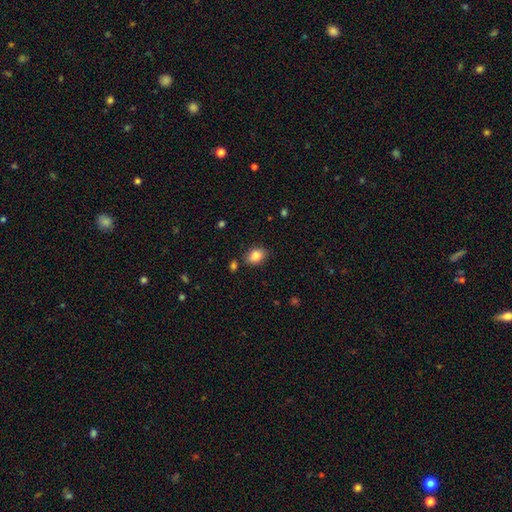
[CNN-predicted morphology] The model was most divided on "how rounded": in between: 74%, round: 24%, cigar-shaped: 1%. More confident: smooth or featured — smooth (86%); merging — none (78%).